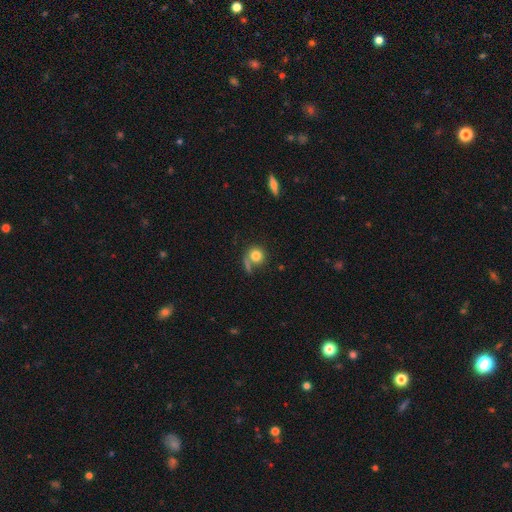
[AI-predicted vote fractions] A smooth galaxy with no disk features (79%) that is round (86%). Merging: none (53%).